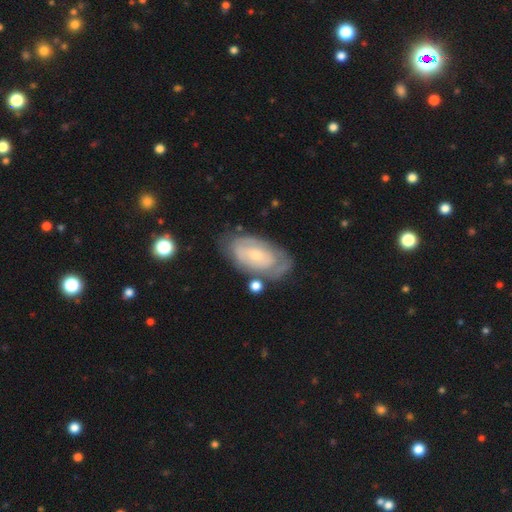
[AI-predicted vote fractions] smooth-or-featured: featured or disk: 67% | smooth: 27% | star or artifact: 6%
  disk-edge-on: no: 94% | yes: 6%
    bar: no: 75% | weak: 20% | strong: 5%
    has-spiral-arms: yes: 67% | no: 33%
    bulge-size: small: 69% | moderate: 26% | large: 2% | none: 2% | dominant: 1%
  merging: none: 64% | minor disturbance: 22% | major disturbance: 9% | merger: 5%